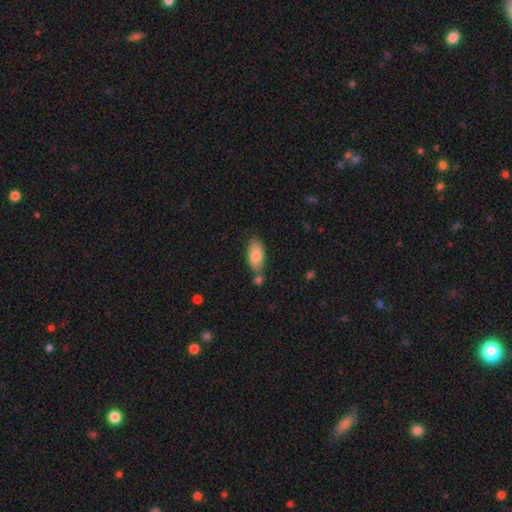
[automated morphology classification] This is clearly a smooth galaxy (84%). How rounded: clearly in between (91%). Merging: likely none (62%).